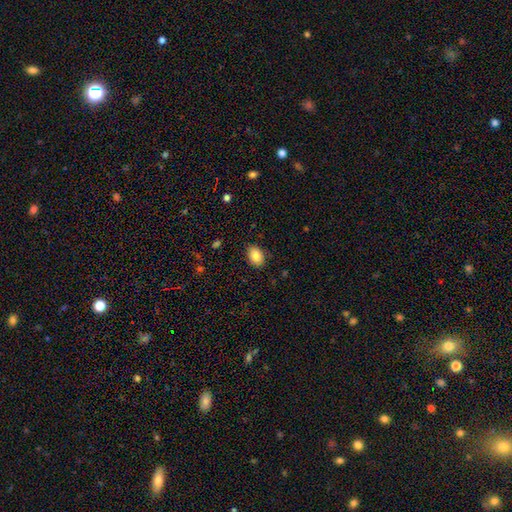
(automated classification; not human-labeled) Smooth or featured?
  - smooth: 85% *
  - star or artifact: 8%
  - featured or disk: 7%
How rounded?
  - in between: 79% *
  - round: 20%
  - cigar-shaped: 1%
Merging?
  - none: 87% *
  - minor disturbance: 10%
  - major disturbance: 2%
  - merger: 1%